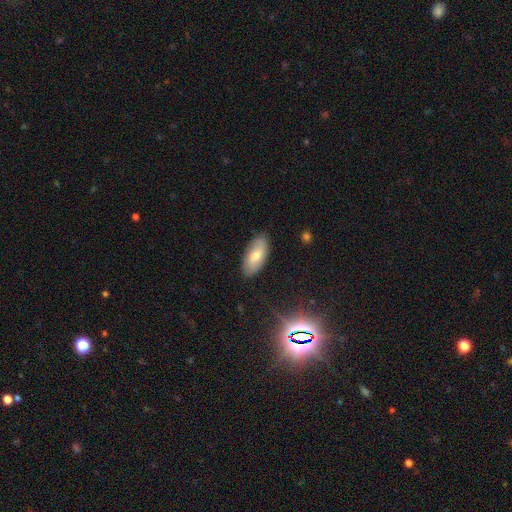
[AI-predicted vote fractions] Overall: smooth (61%; featured or disk 29%). How rounded: in between (90%). Merging: none (83%).